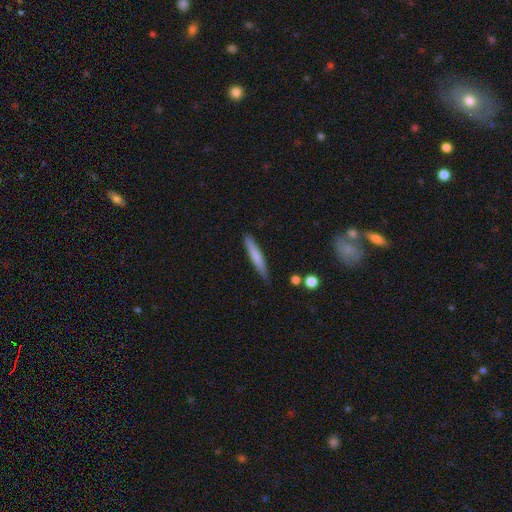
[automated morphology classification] This is likely a smooth galaxy (71%). How rounded: clearly cigar-shaped (93%). Merging: likely none (79%).